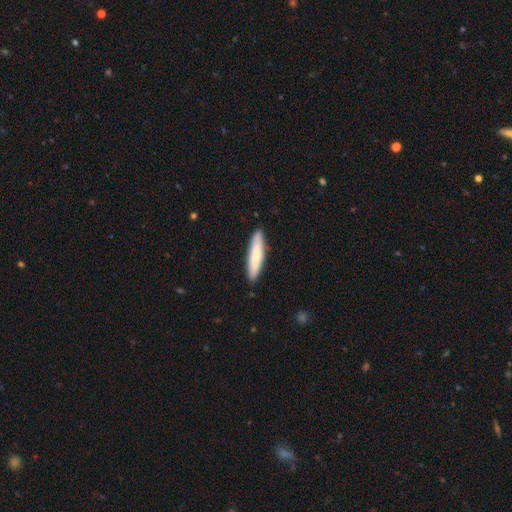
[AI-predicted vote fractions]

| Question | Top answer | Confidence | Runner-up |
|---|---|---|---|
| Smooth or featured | smooth | 75% | featured or disk (20%) |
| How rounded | cigar-shaped | 84% | in between (15%) |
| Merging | none | 89% | minor disturbance (8%) |